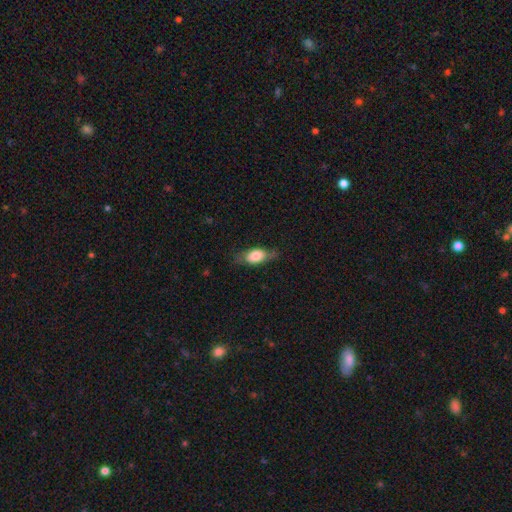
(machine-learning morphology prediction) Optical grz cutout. It shows a smooth galaxy with no disk features (70%) that is in between round and cigar-shaped (82%). Merging: none (64%).